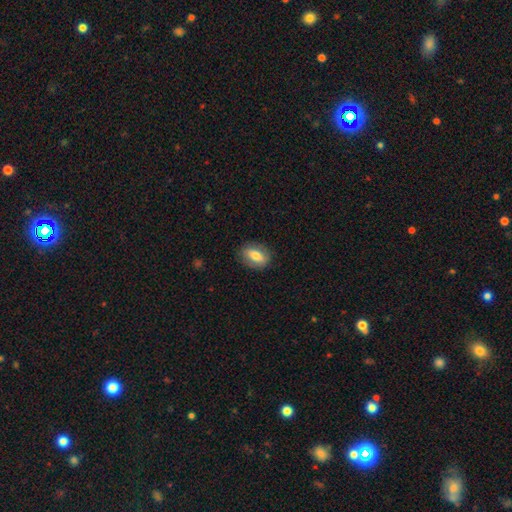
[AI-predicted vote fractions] Smooth or featured: smooth — 66% (featured or disk — 27%)
How rounded: in between — 78% (round — 17%)
Merging: none — 83% (minor disturbance — 13%)